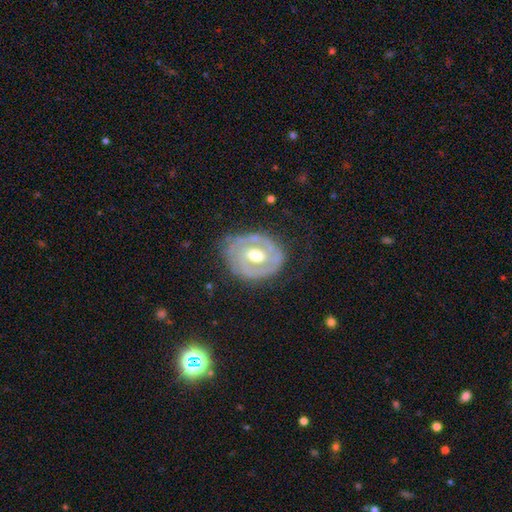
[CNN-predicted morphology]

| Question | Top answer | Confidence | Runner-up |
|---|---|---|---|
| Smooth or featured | featured or disk | 80% | smooth (15%) |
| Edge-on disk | no | 96% | yes (4%) |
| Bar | no | 46% | weak (38%) |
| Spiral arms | yes | 72% | no (28%) |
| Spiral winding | tight | 64% | medium (26%) |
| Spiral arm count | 2 | 48% | can't tell (27%) |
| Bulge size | moderate | 76% | large (13%) |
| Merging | none | 70% | minor disturbance (20%) |